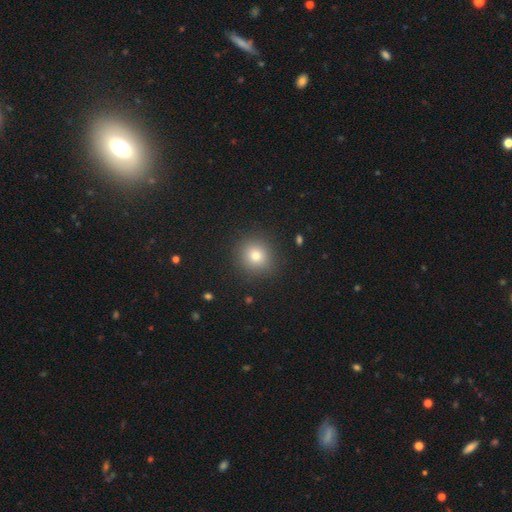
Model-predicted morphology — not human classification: smooth-or-featured: smooth: 76% | star or artifact: 16% | featured or disk: 8%
  how-rounded: round: 91% | in between: 8% | cigar-shaped: 1%
  merging: none: 90% | minor disturbance: 6% | major disturbance: 2% | merger: 1%